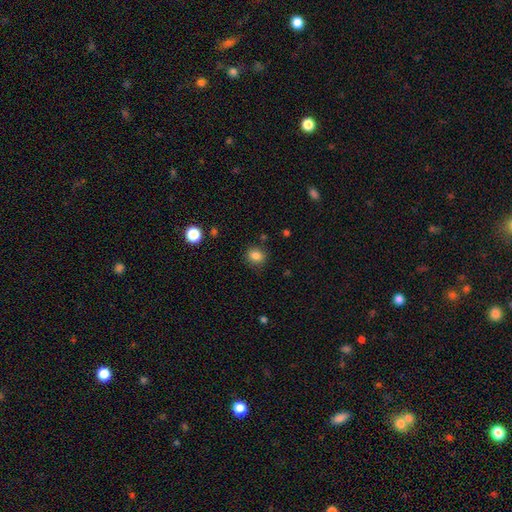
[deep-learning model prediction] A smooth galaxy with no disk features (83%) that is round (73%).

Vote fractions:
- Smooth or featured? smooth: 83% / star or artifact: 12% / featured or disk: 6%
- How rounded? round: 73% / in between: 26% / cigar-shaped: 1%
- Merging? none: 86% / minor disturbance: 9% / major disturbance: 3% / merger: 2%